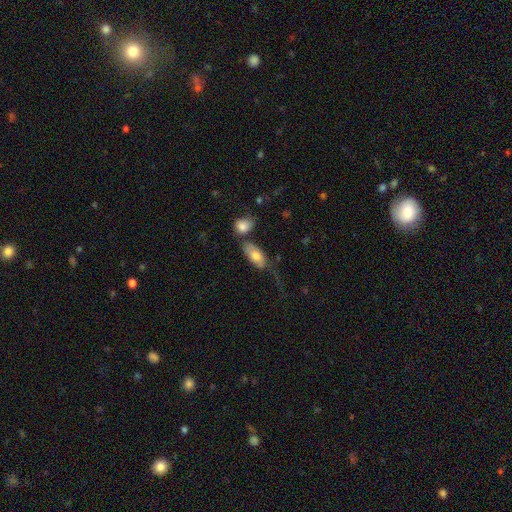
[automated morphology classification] smooth-or-featured: smooth: 75% | featured or disk: 18% | star or artifact: 7%
  how-rounded: in between: 88% | cigar-shaped: 9% | round: 4%
  merging: none: 37% | merger: 27% | minor disturbance: 20% | major disturbance: 16%